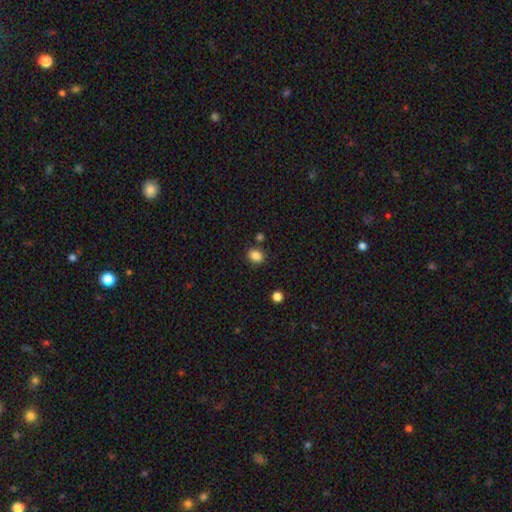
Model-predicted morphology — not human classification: This is clearly a smooth galaxy (85%). How rounded: possibly round (52%). Merging: clearly none (82%).